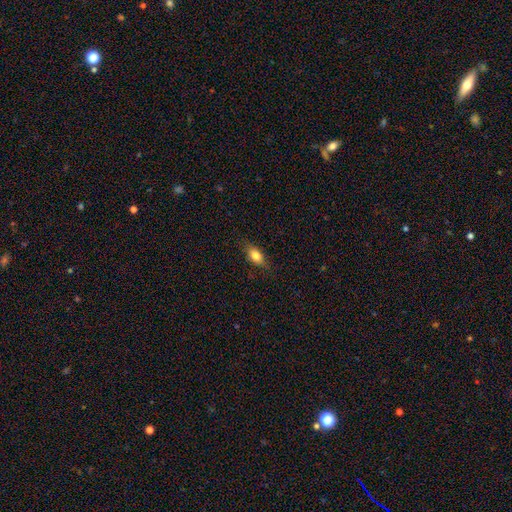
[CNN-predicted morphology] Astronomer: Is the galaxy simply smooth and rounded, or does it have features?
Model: smooth — 78%.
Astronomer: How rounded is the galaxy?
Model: in between — 81%.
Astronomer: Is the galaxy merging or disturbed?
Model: none — 80%.